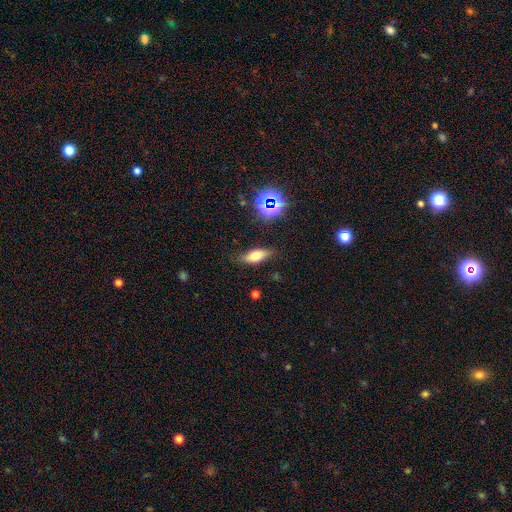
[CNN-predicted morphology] Smooth or featured: smooth — 68% (featured or disk — 19%)
How rounded: in between — 73% (cigar-shaped — 22%)
Merging: none — 79% (minor disturbance — 15%)